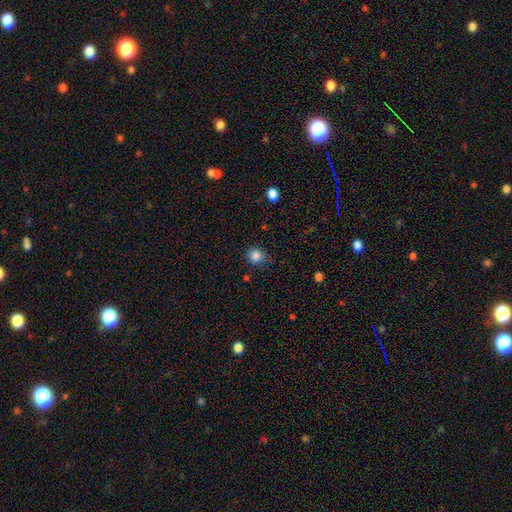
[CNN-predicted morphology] smooth 84%, star or artifact 12%, featured or disk 4%. Down the decision tree: how rounded — round (90%); merging — none (83%).